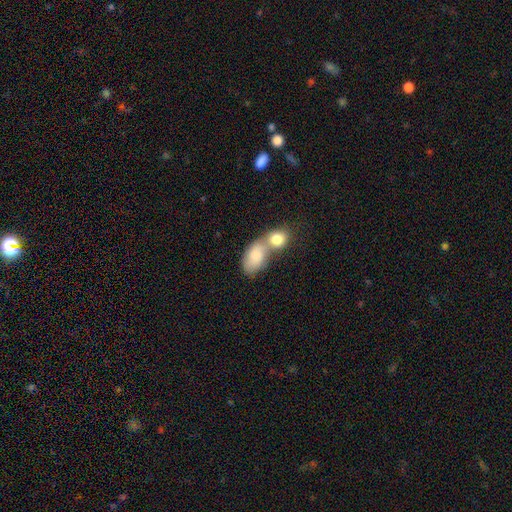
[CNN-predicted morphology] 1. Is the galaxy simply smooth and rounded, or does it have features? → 80% smooth, 13% featured or disk, 7% star or artifact.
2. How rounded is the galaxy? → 85% in between, 12% round, 2% cigar-shaped.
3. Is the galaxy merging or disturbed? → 65% merger, 22% none, 8% minor disturbance, 5% major disturbance.